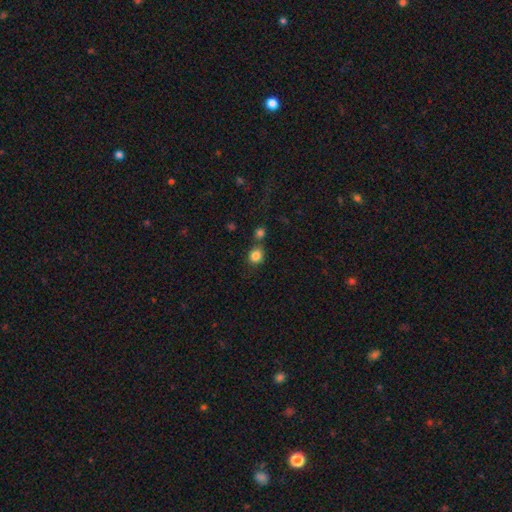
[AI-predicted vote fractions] The model was most divided on "merging": none: 67%, merger: 19%, minor disturbance: 10%, major disturbance: 4%. More confident: smooth or featured — smooth (84%); how rounded — round (83%).